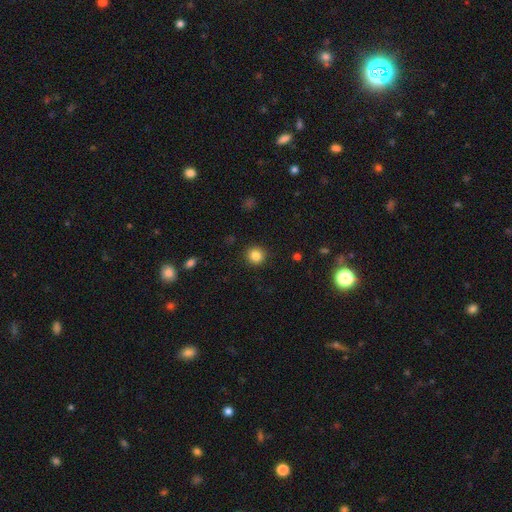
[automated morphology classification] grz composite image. It shows a smooth galaxy with no disk features (84%) that is round (92%). Merging: none (91%).